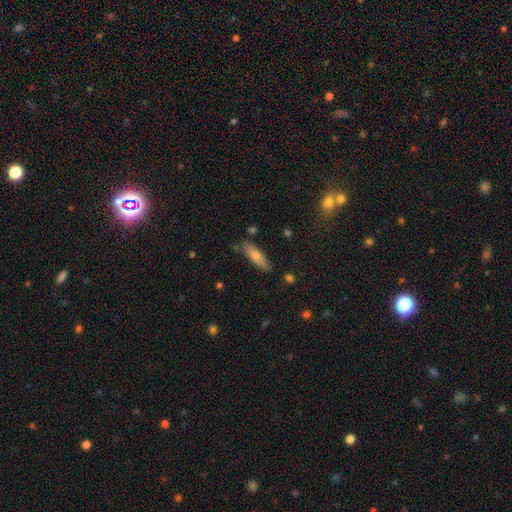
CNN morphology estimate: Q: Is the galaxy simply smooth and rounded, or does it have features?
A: smooth — 65%.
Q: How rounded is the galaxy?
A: cigar-shaped — 57%.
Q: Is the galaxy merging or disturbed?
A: none — 79%.